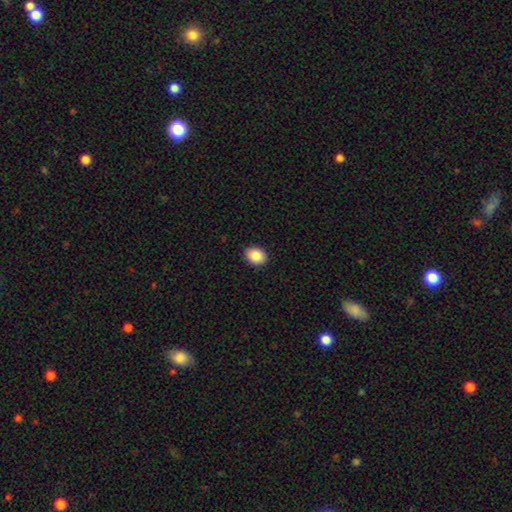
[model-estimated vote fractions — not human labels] A smooth galaxy with no disk features (88%) that is in between round and cigar-shaped (62%). Merging: none (90%).